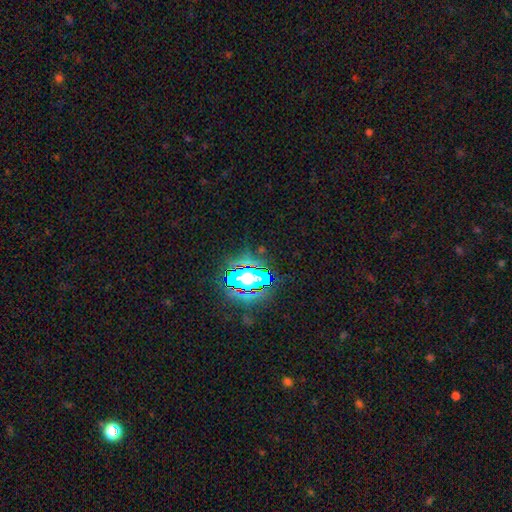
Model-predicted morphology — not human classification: This appears to be a star or artifact, not a galaxy (82%).